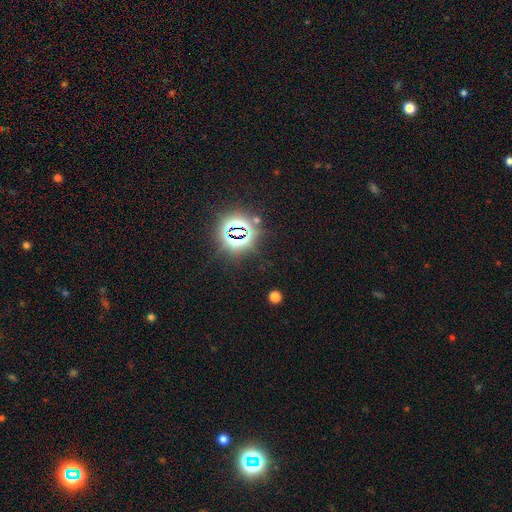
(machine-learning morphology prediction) smooth-or-featured: star or artifact: 81% | smooth: 12% | featured or disk: 7%